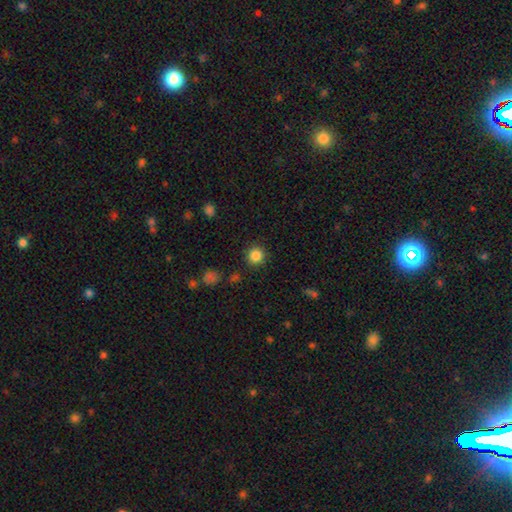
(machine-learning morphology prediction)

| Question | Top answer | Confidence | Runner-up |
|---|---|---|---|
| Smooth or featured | smooth | 85% | star or artifact (11%) |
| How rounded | round | 92% | in between (7%) |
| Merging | none | 88% | minor disturbance (7%) |